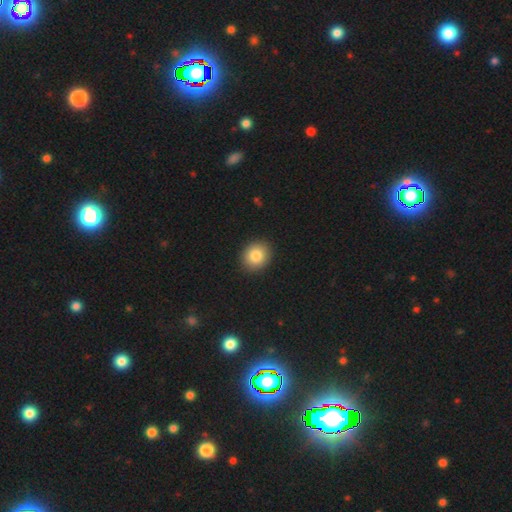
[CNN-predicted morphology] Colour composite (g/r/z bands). It shows a smooth galaxy with no disk features (84%) that is round (76%). Merging: none (91%).